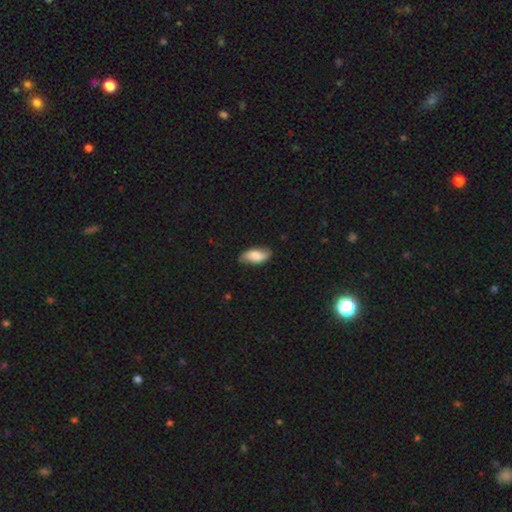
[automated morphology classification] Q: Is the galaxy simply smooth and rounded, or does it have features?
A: smooth — 64%.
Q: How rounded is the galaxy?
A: in between — 89%.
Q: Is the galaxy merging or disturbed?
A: none — 76%.